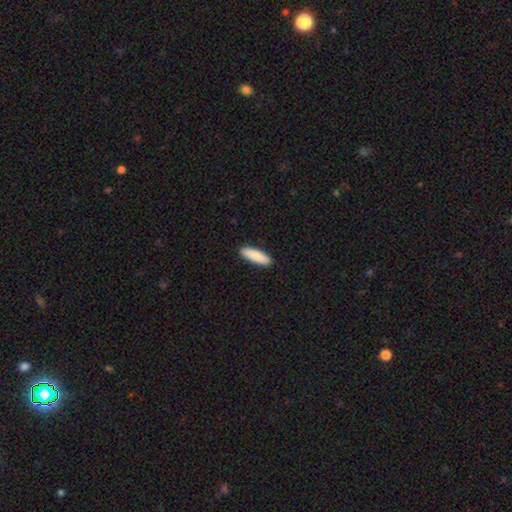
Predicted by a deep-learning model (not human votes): A smooth galaxy with no disk features (89%) that is cigar-shaped (58%). Merging: none (91%).